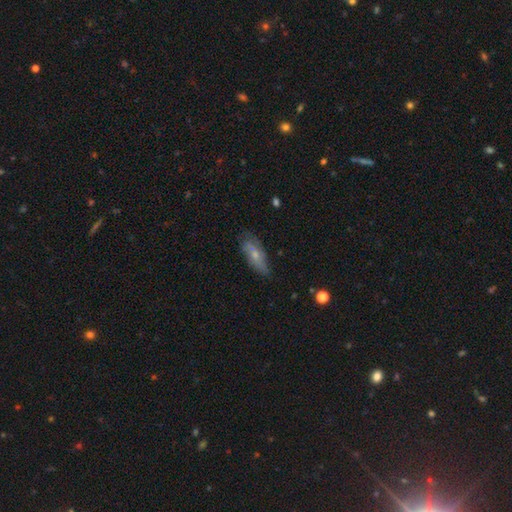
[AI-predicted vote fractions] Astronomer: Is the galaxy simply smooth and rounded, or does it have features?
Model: featured or disk — 53% (runner-up: smooth, 38%).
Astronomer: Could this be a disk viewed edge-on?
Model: no — 71%.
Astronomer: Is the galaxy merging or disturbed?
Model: none — 74%.